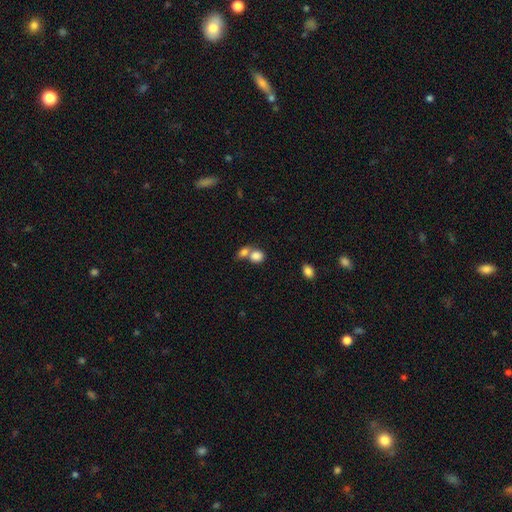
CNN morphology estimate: Overall: smooth (83%). How rounded: round (53%; in between 46%). Merging: merger (54%; none 34%).